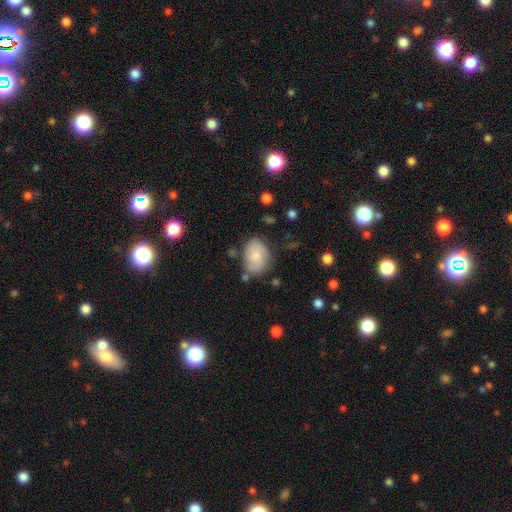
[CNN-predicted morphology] smooth-or-featured: smooth: 75% | featured or disk: 17% | star or artifact: 7%
  how-rounded: in between: 74% | round: 25% | cigar-shaped: 1%
  merging: none: 66% | minor disturbance: 23% | major disturbance: 6% | merger: 5%